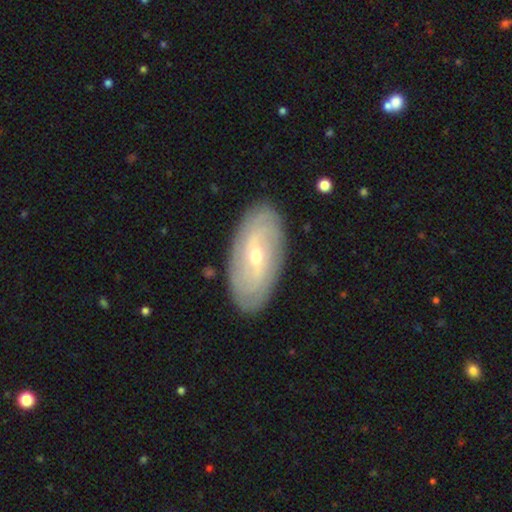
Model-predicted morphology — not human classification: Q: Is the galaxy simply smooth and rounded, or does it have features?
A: featured or disk — 74%.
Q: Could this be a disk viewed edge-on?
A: no — 90%.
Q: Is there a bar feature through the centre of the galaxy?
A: weak — 43%.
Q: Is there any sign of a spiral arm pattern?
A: yes — 81%.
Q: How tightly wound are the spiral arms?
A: tight — 64%.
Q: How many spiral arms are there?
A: can't tell — 50%.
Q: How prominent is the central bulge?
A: small — 61%.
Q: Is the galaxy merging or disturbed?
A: none — 87%.